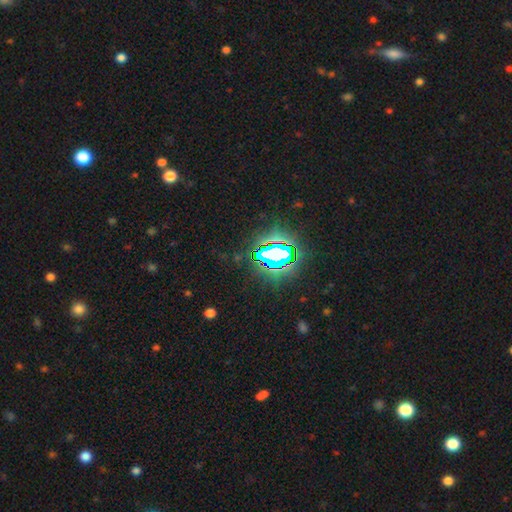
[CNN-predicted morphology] This is clearly a star or artifact rather than a galaxy (83%).